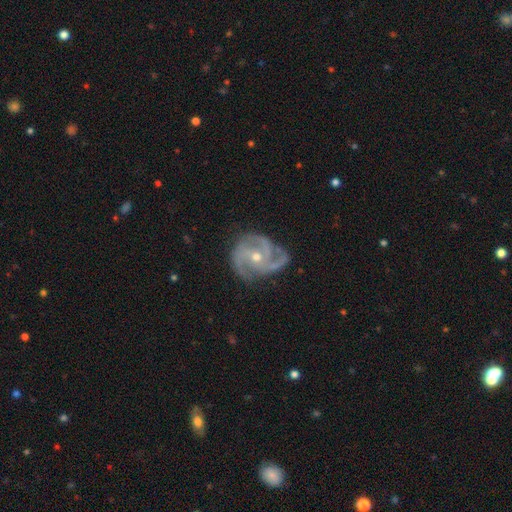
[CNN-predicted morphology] featured or disk 91%, star or artifact 5%, smooth 4%. Down the decision tree: edge-on disk — no (98%); bar — no (62%); spiral arms — yes (98%); spiral arm count — 3 (64%); spiral winding — medium (51%); bulge size — small (51%); merging — none (70%).